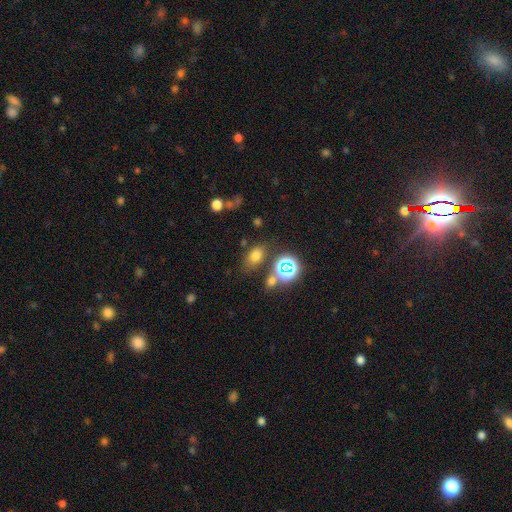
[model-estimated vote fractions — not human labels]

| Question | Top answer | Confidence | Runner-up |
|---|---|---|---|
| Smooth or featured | smooth | 69% | star or artifact (22%) |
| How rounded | in between | 76% | round (22%) |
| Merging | none | 70% | minor disturbance (14%) |